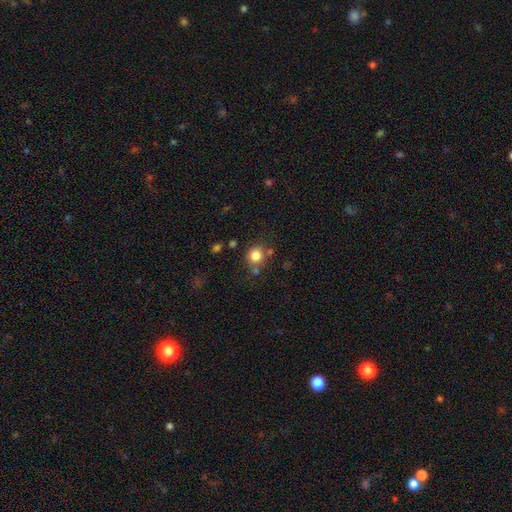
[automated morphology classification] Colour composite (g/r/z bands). It shows a smooth galaxy with no disk features (82%) that is round (88%). Merging: none (73%).